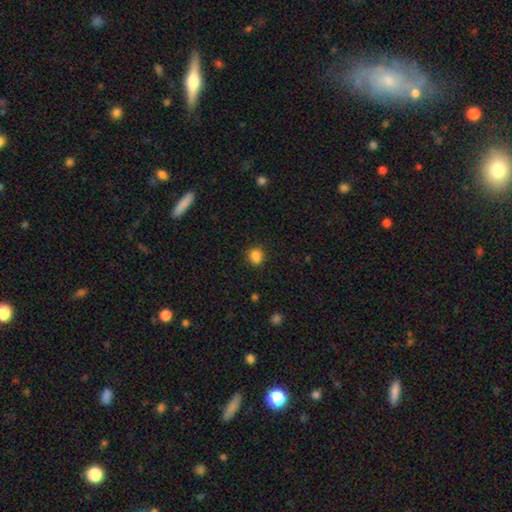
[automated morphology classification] Smooth or featured? Predicted: smooth (p=0.85). How rounded? Predicted: round (p=0.66). Merging? Predicted: none (p=0.79).